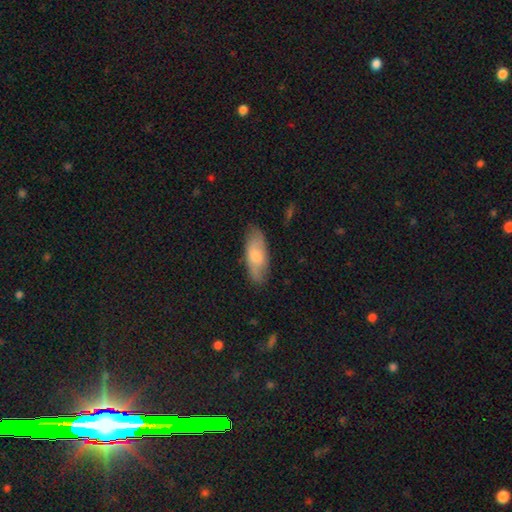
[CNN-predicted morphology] Q: Smooth or featured?
A: smooth (68%); runner-up: featured or disk (26%)
Q: How rounded?
A: in between (79%); runner-up: cigar-shaped (19%)
Q: Merging?
A: none (79%); runner-up: minor disturbance (16%)